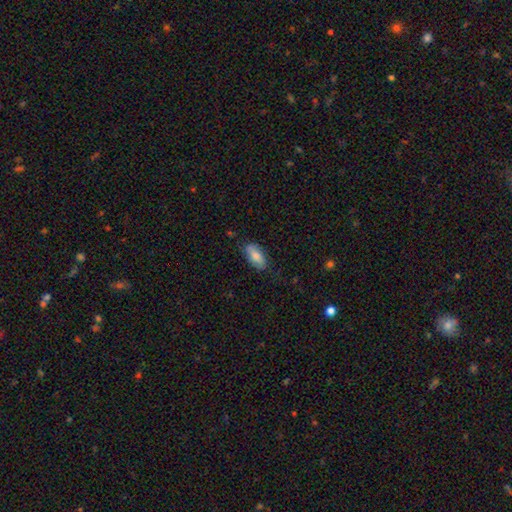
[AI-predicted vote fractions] A smooth galaxy with no disk features (76%) that is in between round and cigar-shaped (88%).

Vote fractions:
- Smooth or featured? smooth: 76% / featured or disk: 18% / star or artifact: 6%
- How rounded? in between: 88% / cigar-shaped: 10% / round: 3%
- Merging? none: 76% / minor disturbance: 19% / major disturbance: 4% / merger: 1%